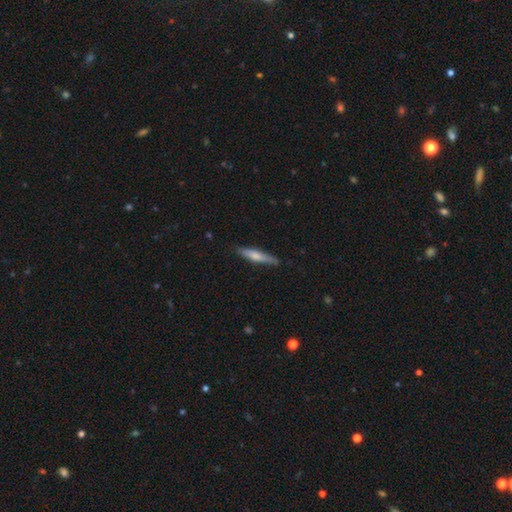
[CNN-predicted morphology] This appears to be a smooth galaxy with no disk features (61%) that is cigar-shaped (87%). Merging: none (84%).